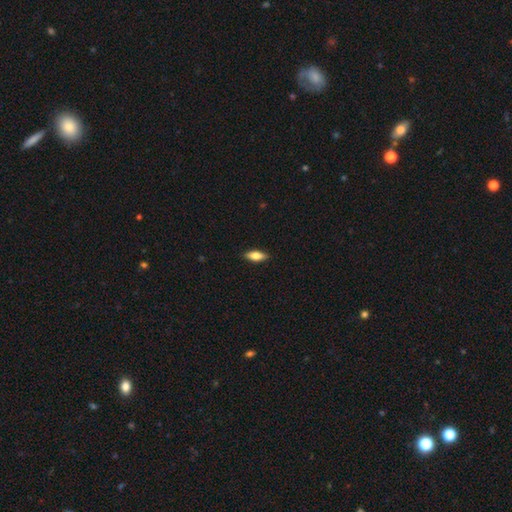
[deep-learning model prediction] This is likely a smooth galaxy (73%). How rounded: likely in between (72%). Merging: clearly none (89%).